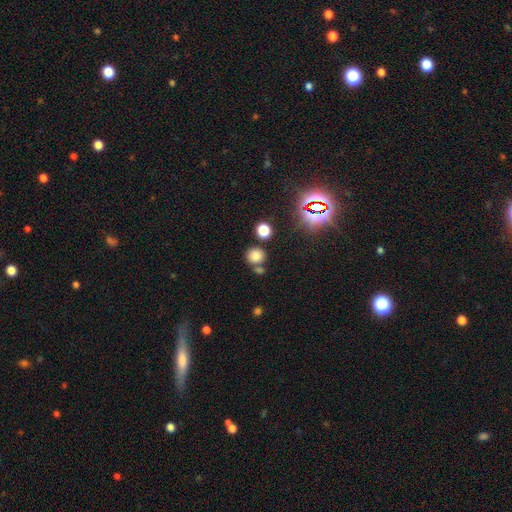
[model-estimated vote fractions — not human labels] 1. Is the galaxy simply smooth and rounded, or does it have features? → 75% smooth, 17% star or artifact, 7% featured or disk.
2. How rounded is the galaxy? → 85% round, 14% in between, 1% cigar-shaped.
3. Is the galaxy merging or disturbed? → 69% none, 19% merger, 9% minor disturbance, 3% major disturbance.